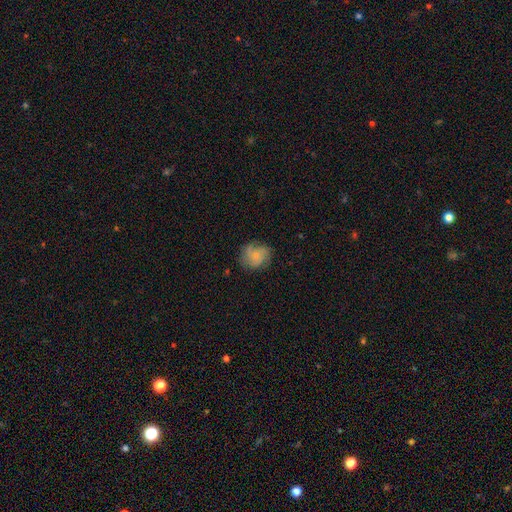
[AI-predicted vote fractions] A smooth galaxy with no disk features (49%). Merging: none (70%).